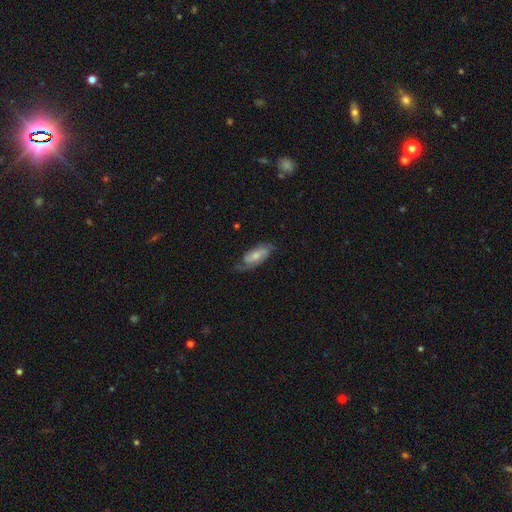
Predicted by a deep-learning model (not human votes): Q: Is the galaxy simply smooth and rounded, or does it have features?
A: featured or disk — 62%.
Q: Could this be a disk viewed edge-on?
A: no — 92%.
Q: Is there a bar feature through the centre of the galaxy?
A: no — 56%.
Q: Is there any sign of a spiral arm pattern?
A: yes — 91%.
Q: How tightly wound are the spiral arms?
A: medium — 43%.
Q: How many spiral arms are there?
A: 2 — 66%.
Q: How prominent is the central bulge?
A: small — 41%.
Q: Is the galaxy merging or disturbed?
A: none — 61%.